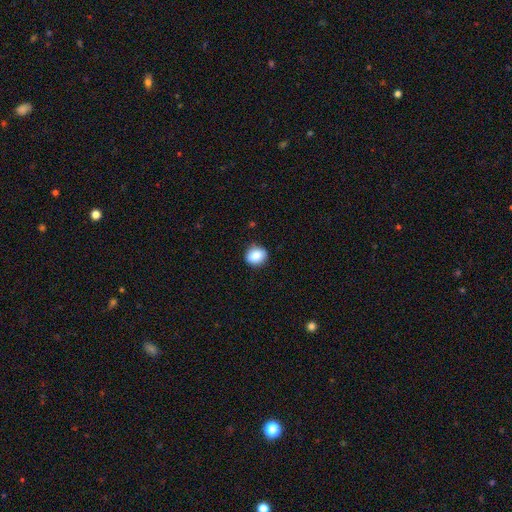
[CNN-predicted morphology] Smooth or featured? Predicted: smooth (p=0.85). How rounded? Predicted: round (p=0.69). Merging? Predicted: none (p=0.86).